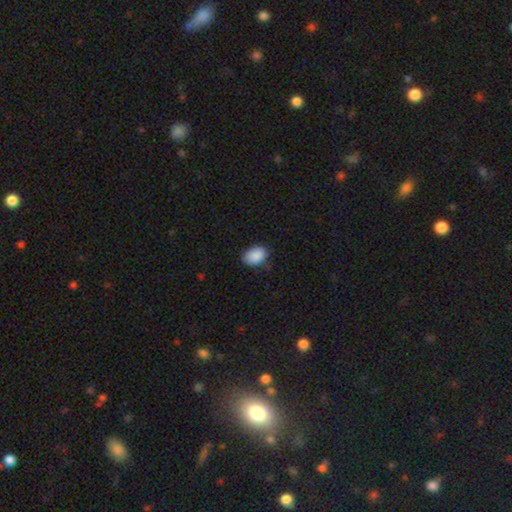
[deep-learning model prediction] The model was most divided on "merging": none: 76%, minor disturbance: 19%, major disturbance: 3%, merger: 1%. More confident: smooth or featured — smooth (90%); how rounded — in between (86%).